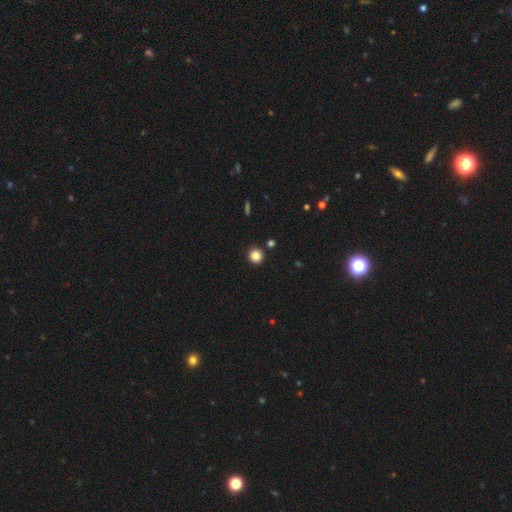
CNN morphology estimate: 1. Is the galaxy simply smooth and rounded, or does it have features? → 85% smooth, 11% star or artifact, 3% featured or disk.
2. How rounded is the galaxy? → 93% round, 6% in between, 1% cigar-shaped.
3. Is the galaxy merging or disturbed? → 89% none, 6% minor disturbance, 3% merger, 2% major disturbance.